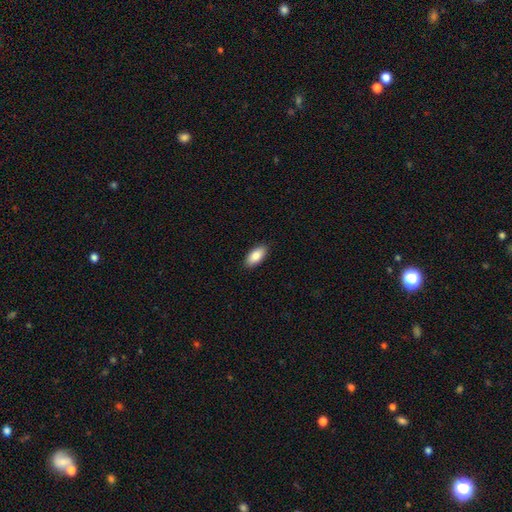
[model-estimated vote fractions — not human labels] A smooth galaxy with no disk features (86%) that is in between round and cigar-shaped (90%).

Vote fractions:
- Smooth or featured? smooth: 86% / featured or disk: 8% / star or artifact: 6%
- How rounded? in between: 90% / cigar-shaped: 7% / round: 2%
- Merging? none: 90% / minor disturbance: 8% / major disturbance: 2% / merger: 1%